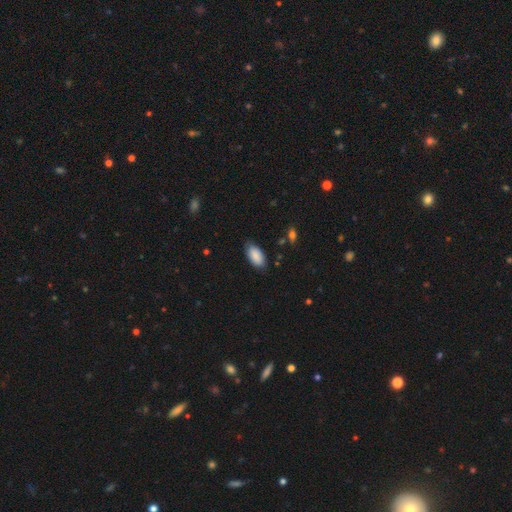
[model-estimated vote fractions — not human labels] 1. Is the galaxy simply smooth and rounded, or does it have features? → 88% smooth, 6% star or artifact, 5% featured or disk.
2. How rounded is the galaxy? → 94% in between, 3% cigar-shaped, 2% round.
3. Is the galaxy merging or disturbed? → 80% none, 16% minor disturbance, 3% major disturbance, 1% merger.